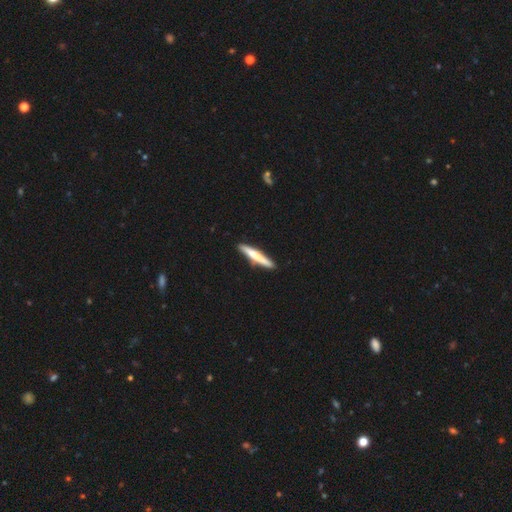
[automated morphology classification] Overall: smooth (60%; featured or disk 35%). How rounded: cigar-shaped (95%). Merging: none (89%).